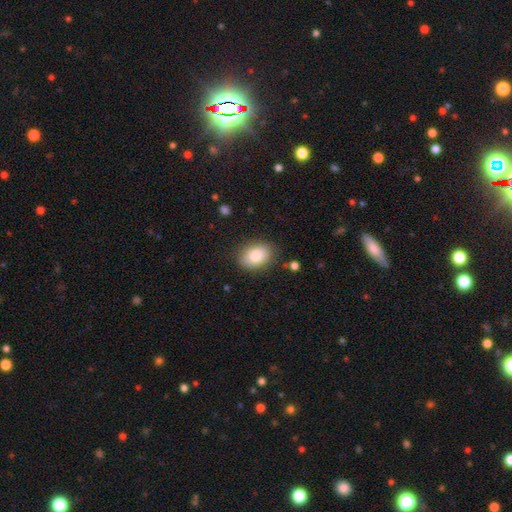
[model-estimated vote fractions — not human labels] Smooth or featured?
  - smooth: 84% *
  - featured or disk: 9%
  - star or artifact: 8%
How rounded?
  - in between: 76% *
  - round: 23%
  - cigar-shaped: 1%
Merging?
  - none: 85% *
  - minor disturbance: 11%
  - major disturbance: 3%
  - merger: 1%